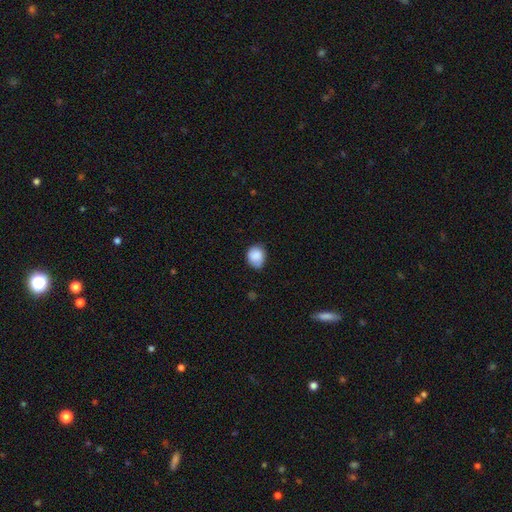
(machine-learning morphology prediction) This appears to be a smooth galaxy with no disk features (83%) that is round (60%). Merging: none (68%).